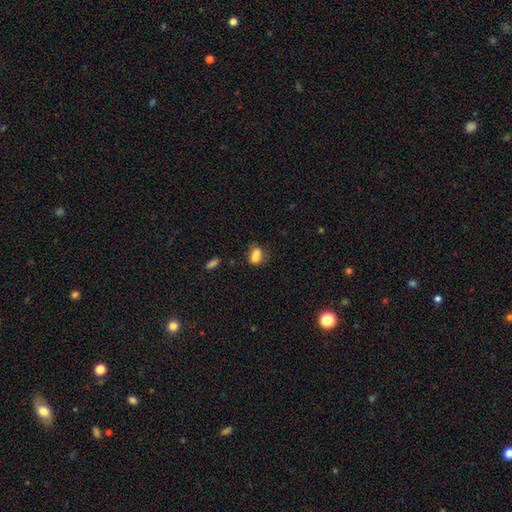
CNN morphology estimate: A smooth galaxy with no disk features (71%) that is in between round and cigar-shaped (58%). Merging: merger (58%).